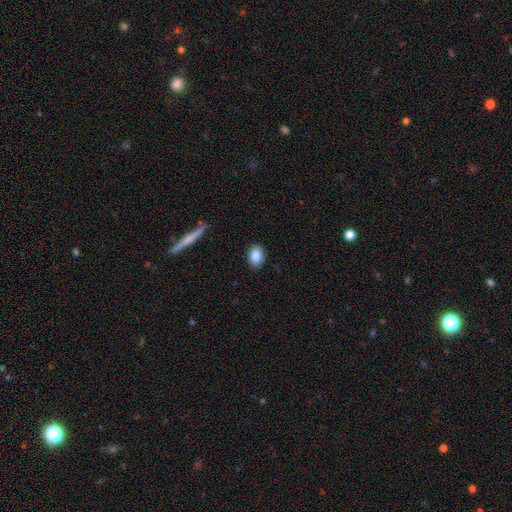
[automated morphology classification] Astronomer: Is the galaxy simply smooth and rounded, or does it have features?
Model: smooth — 86%.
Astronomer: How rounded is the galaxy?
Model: in between — 81%.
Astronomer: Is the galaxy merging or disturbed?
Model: none — 88%.